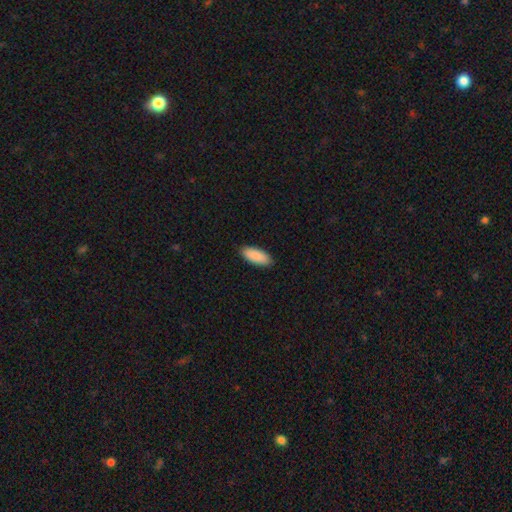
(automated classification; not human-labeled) Smooth or featured: smooth — 90% (star or artifact — 5%)
How rounded: in between — 84% (cigar-shaped — 14%)
Merging: none — 90% (minor disturbance — 8%)